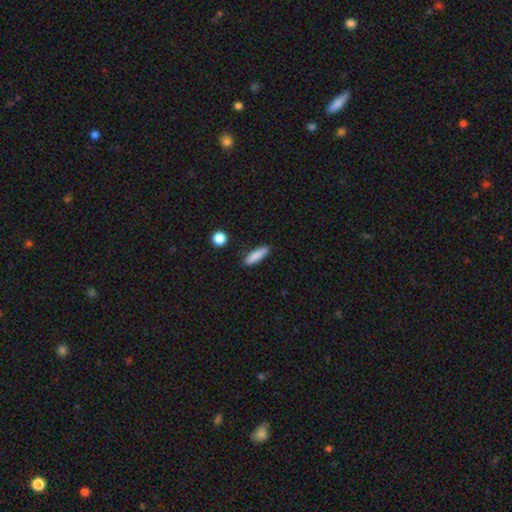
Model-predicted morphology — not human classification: smooth-or-featured: smooth: 85% | featured or disk: 8% | star or artifact: 7%
  how-rounded: cigar-shaped: 69% | in between: 29% | round: 2%
  merging: none: 84% | minor disturbance: 11% | major disturbance: 2% | merger: 2%